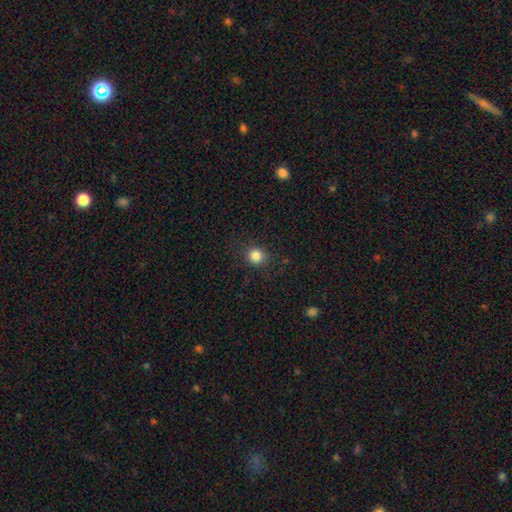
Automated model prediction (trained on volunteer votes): A smooth galaxy with no disk features (84%) that is round (87%). Merging: none (87%).